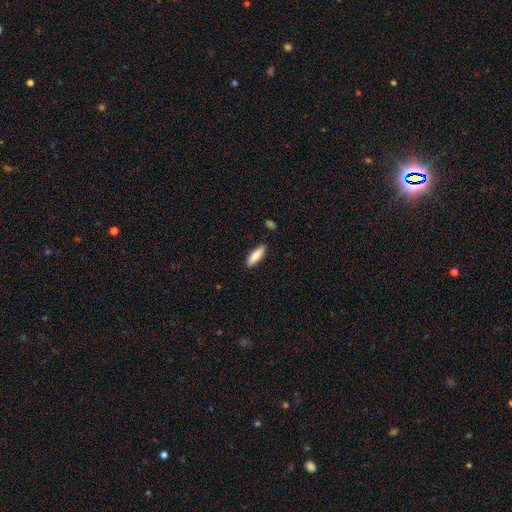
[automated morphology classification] The model was most divided on "how rounded": cigar-shaped: 53%, in between: 46%, round: 2%. More confident: merging — none (88%); smooth or featured — smooth (86%).